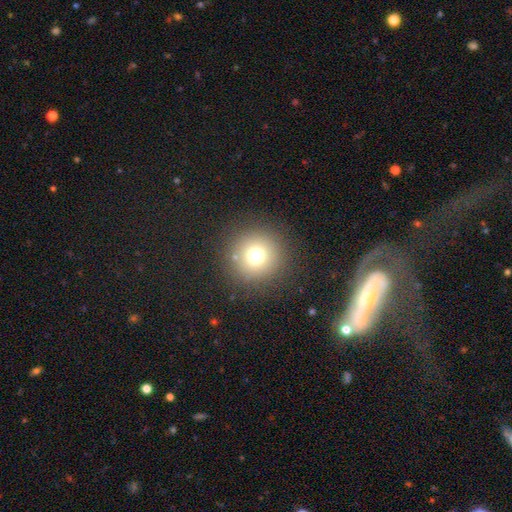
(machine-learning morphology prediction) Smooth or featured? Predicted: smooth (p=0.73). How rounded? Predicted: round (p=0.96). Merging? Predicted: none (p=0.88).